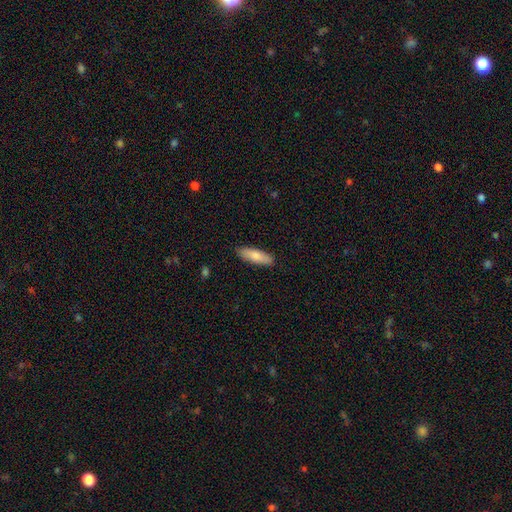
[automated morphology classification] A smooth galaxy with no disk features (81%) that is in between round and cigar-shaped (50%).

Vote fractions:
- Smooth or featured? smooth: 81% / featured or disk: 14% / star or artifact: 5%
- How rounded? in between: 50% / cigar-shaped: 48% / round: 2%
- Merging? none: 89% / minor disturbance: 9% / major disturbance: 2% / merger: 1%